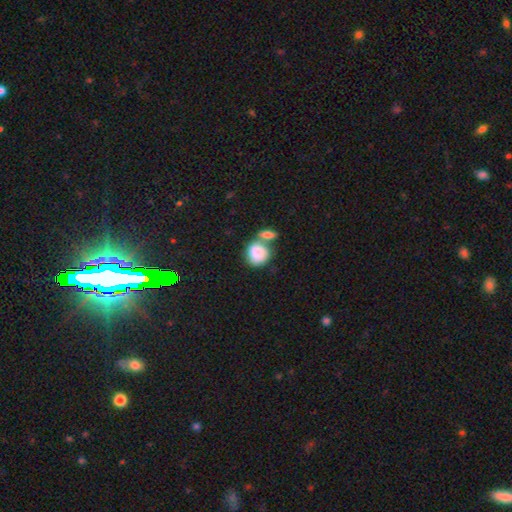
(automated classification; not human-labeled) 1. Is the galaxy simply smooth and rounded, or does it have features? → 84% smooth, 9% featured or disk, 7% star or artifact.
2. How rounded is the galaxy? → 60% round, 38% in between, 1% cigar-shaped.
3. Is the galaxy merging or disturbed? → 48% merger, 35% none, 12% minor disturbance, 5% major disturbance.